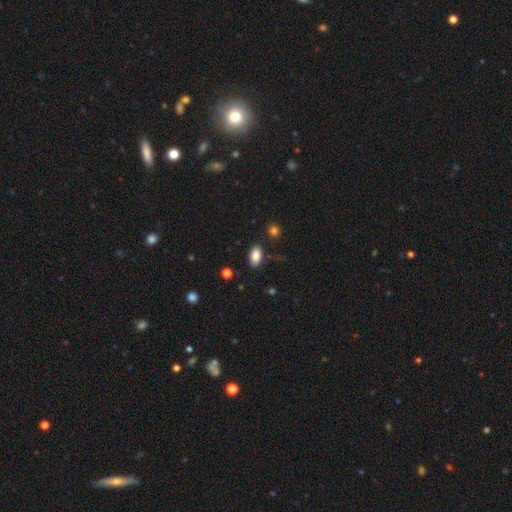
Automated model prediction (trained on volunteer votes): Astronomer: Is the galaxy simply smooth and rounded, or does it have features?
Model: smooth — 85%.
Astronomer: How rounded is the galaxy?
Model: in between — 92%.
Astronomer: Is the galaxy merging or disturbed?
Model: none — 84%.